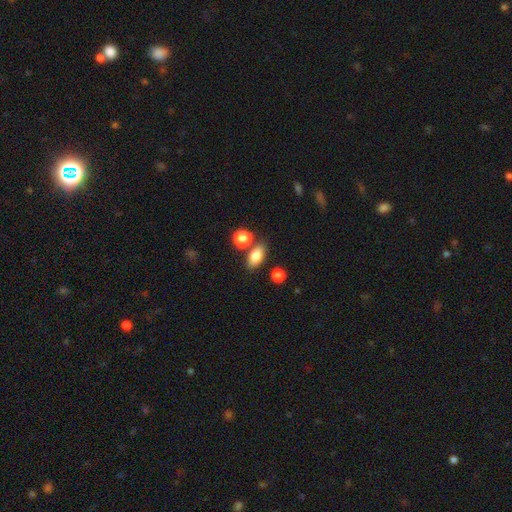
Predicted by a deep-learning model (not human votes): Q: Smooth or featured?
A: smooth (84%); runner-up: star or artifact (9%)
Q: How rounded?
A: in between (83%); runner-up: round (12%)
Q: Merging?
A: none (75%); runner-up: minor disturbance (11%)